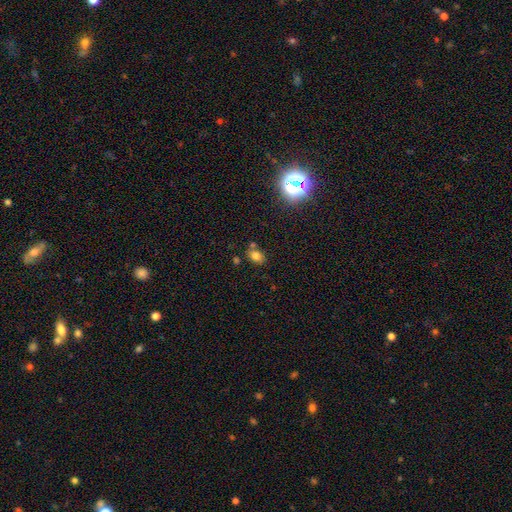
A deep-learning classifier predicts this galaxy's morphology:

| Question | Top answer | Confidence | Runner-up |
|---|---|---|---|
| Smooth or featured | smooth | 76% | star or artifact (14%) |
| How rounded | in between | 74% | round (25%) |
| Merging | none | 65% | merger (16%) |